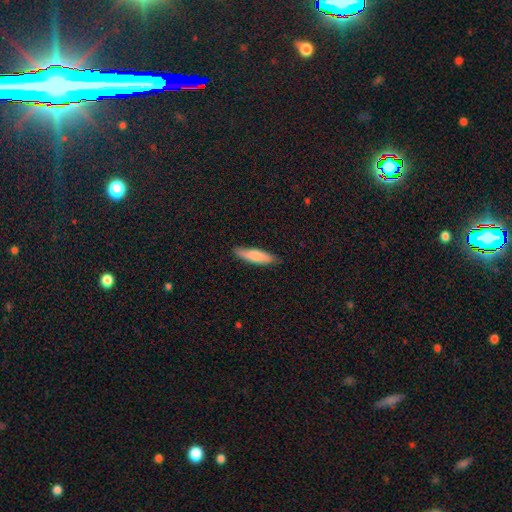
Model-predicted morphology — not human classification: This is likely a smooth galaxy (79%). How rounded: likely cigar-shaped (69%). Merging: clearly none (85%).